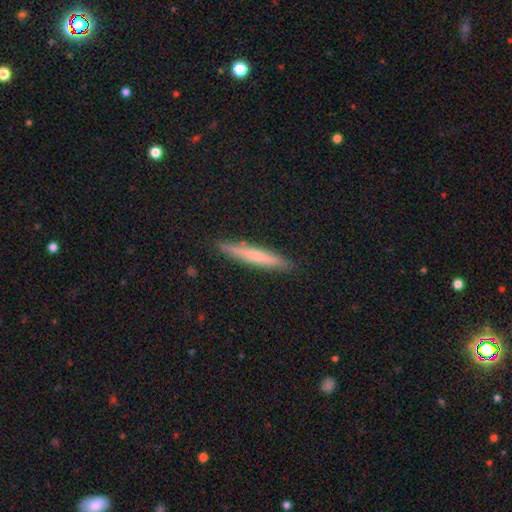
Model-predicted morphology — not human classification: Smooth or featured? smooth (60%)
How rounded? cigar-shaped (95%)
Merging? none (90%)